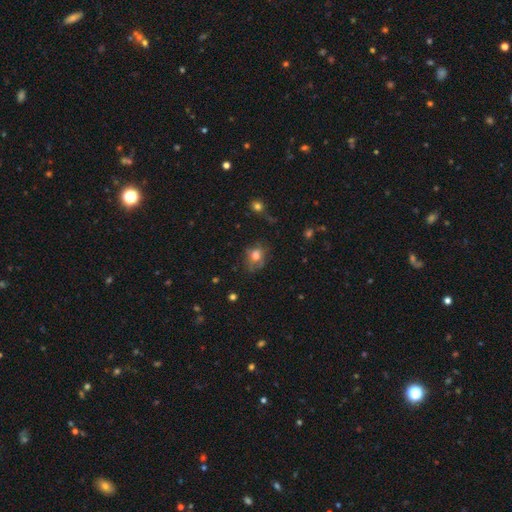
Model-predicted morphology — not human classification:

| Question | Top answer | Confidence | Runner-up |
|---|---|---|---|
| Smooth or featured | smooth | 66% | featured or disk (20%) |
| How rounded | round | 49% | tied: in between (49%) |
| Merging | none | 55% | minor disturbance (26%) |